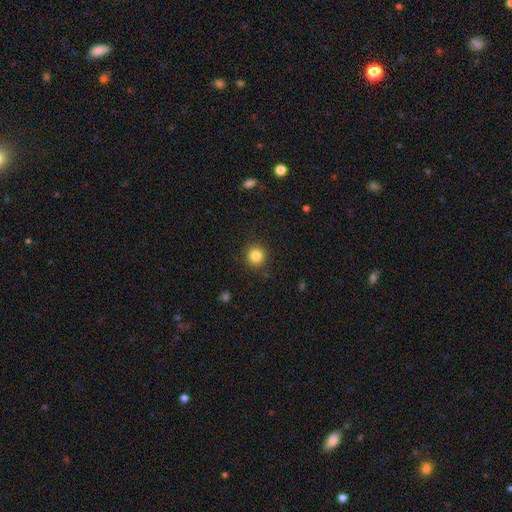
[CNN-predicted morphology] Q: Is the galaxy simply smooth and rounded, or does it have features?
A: smooth — 83%.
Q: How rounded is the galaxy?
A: round — 92%.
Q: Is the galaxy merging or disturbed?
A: none — 90%.